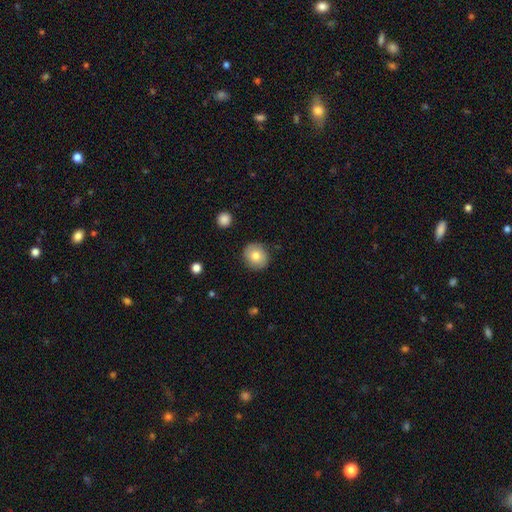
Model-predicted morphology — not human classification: This is likely a smooth galaxy (77%). How rounded: clearly round (81%). Merging: clearly none (87%).